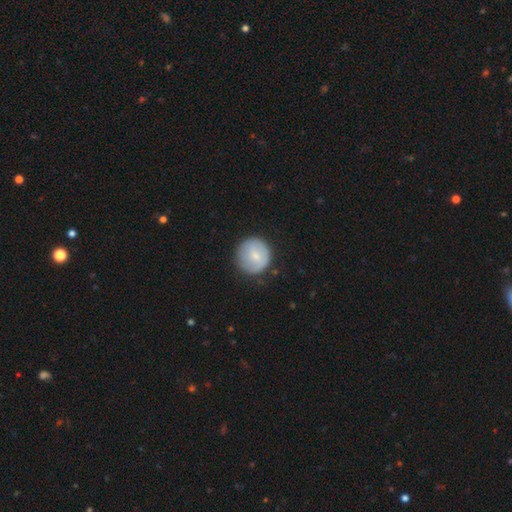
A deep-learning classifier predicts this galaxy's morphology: smooth-or-featured: smooth: 70% | featured or disk: 24% | star or artifact: 7%
  how-rounded: round: 93% | in between: 6% | cigar-shaped: 1%
  merging: none: 78% | minor disturbance: 16% | major disturbance: 5% | merger: 1%